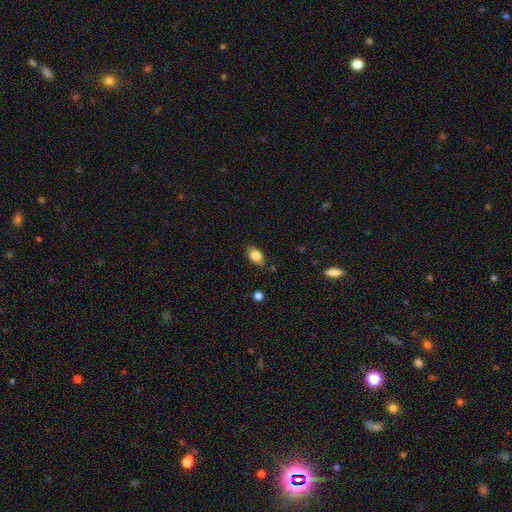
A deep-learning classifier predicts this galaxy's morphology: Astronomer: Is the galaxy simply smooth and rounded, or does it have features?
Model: smooth — 81%.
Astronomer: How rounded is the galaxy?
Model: in between — 85%.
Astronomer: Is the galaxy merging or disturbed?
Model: none — 79%.